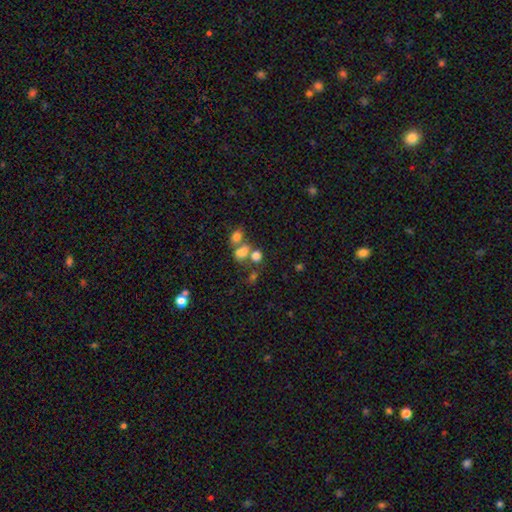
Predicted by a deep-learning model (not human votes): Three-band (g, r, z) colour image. It shows a smooth galaxy with no disk features (71%) that is round (51%). Merging: merger (45%).